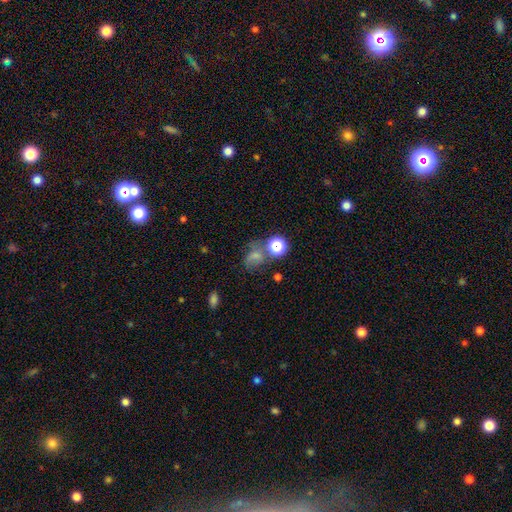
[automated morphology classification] This is possibly a smooth galaxy (58%). How rounded: possibly round (53%). Merging: marginally none (43%).